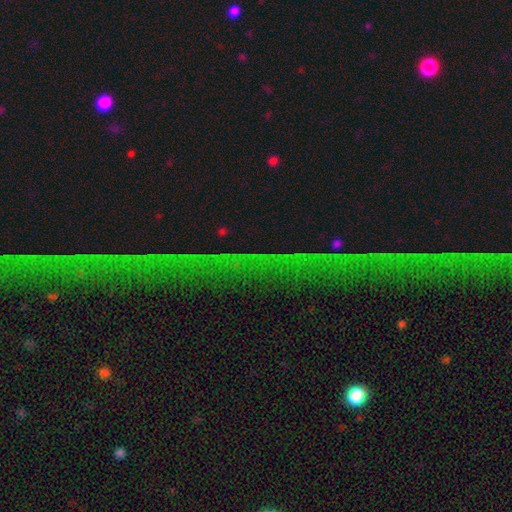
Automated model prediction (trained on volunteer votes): smooth-or-featured: star or artifact: 73% | featured or disk: 15% | smooth: 12%